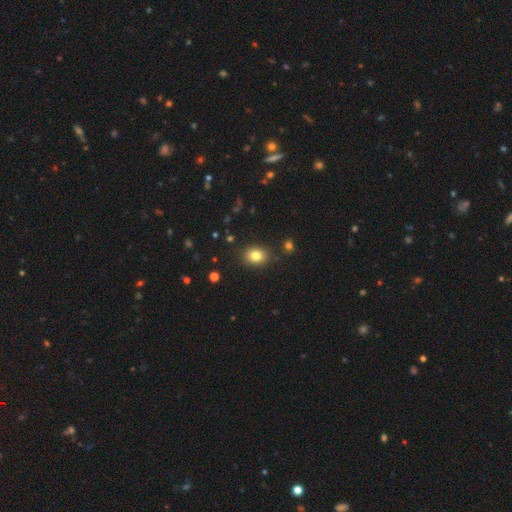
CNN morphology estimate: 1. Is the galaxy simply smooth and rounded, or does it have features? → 82% smooth, 11% star or artifact, 7% featured or disk.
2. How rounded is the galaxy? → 51% round, 48% in between, 1% cigar-shaped.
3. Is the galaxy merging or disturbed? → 87% none, 8% minor disturbance, 2% major disturbance, 2% merger.